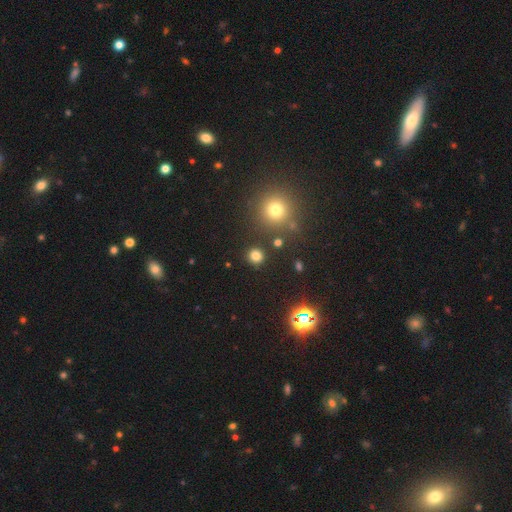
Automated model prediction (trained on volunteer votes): A smooth galaxy with no disk features (78%) that is round (92%). Merging: none (89%).